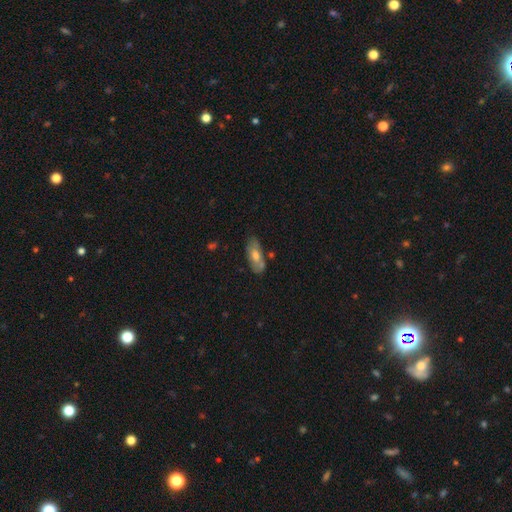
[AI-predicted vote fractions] Morphology: type=smooth (61%); roundness=in between (84%); merging=none (65%).